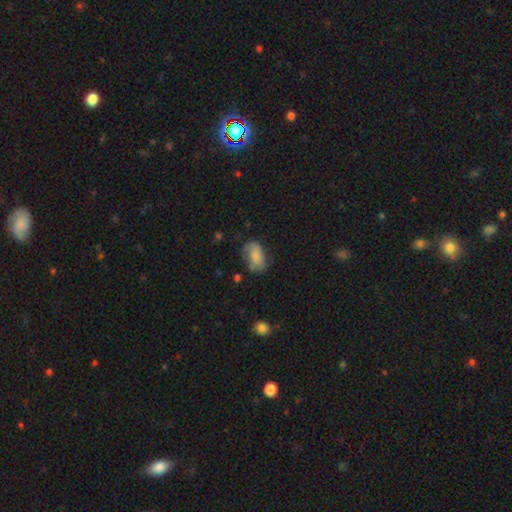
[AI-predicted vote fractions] smooth 73%, featured or disk 19%, star or artifact 8%. Down the decision tree: how rounded — in between (90%); merging — none (52%).